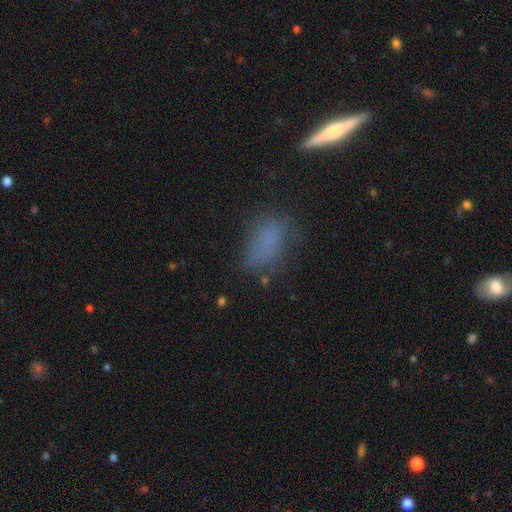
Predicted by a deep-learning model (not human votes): This appears to be a smooth galaxy with no disk features (66%) that is in between round and cigar-shaped (78%). Merging: none (59%).